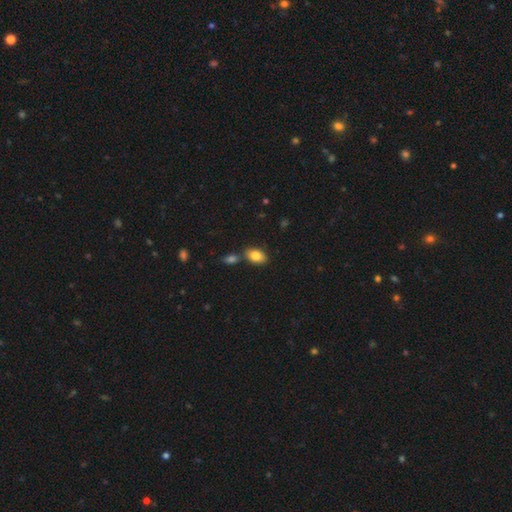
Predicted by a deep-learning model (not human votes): A smooth galaxy with no disk features (84%) that is in between round and cigar-shaped (89%). Merging: none (68%).